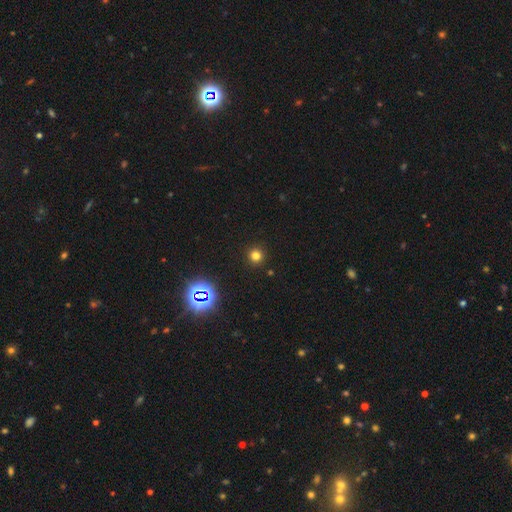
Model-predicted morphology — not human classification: type=smooth (75%); roundness=round (95%); merging=none (92%).